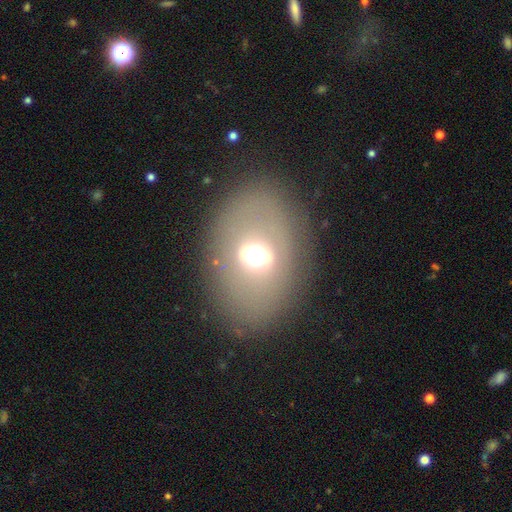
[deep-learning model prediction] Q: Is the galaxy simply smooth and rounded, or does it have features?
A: smooth — 49%.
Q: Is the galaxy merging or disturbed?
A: none — 78%.